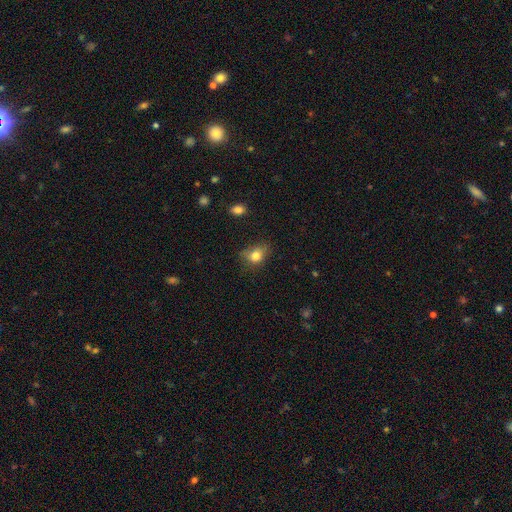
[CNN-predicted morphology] smooth 79%, star or artifact 11%, featured or disk 10%. Down the decision tree: how rounded — in between (50%); merging — none (61%).